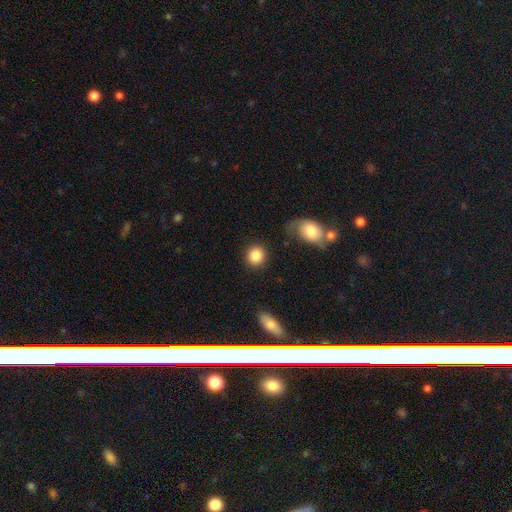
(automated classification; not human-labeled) smooth-or-featured: smooth: 87% | star or artifact: 8% | featured or disk: 5%
  how-rounded: round: 87% | in between: 11% | cigar-shaped: 1%
  merging: none: 86% | minor disturbance: 8% | major disturbance: 3% | merger: 3%